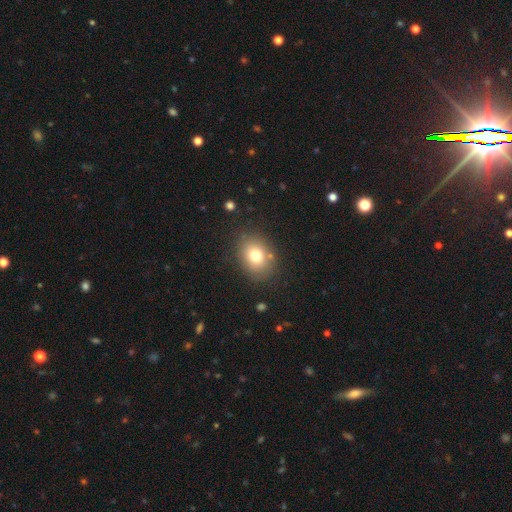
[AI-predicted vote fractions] A smooth galaxy with no disk features (75%) that is in between round and cigar-shaped (53%). Merging: none (81%).